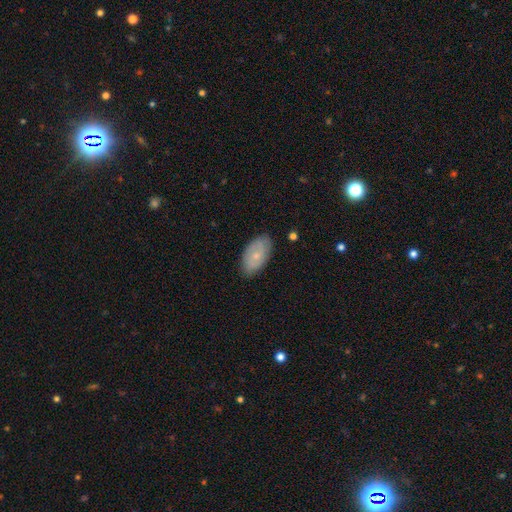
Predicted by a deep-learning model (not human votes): smooth-or-featured: smooth: 60% | featured or disk: 33% | star or artifact: 6%
  how-rounded: in between: 94% | round: 4% | cigar-shaped: 2%
  merging: none: 82% | minor disturbance: 15% | major disturbance: 3% | merger: 1%